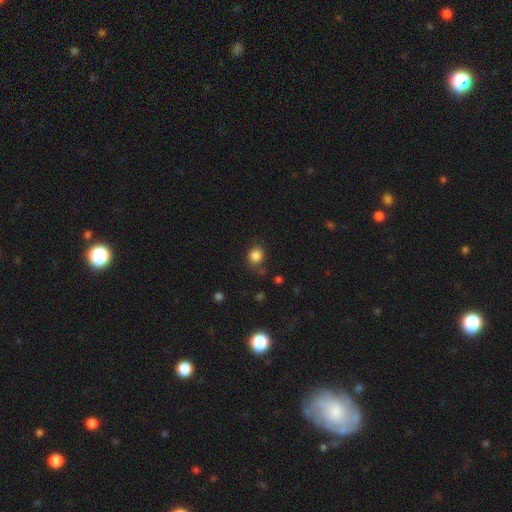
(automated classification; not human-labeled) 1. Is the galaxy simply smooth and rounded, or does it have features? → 84% smooth, 11% star or artifact, 4% featured or disk.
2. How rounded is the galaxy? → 74% round, 25% in between, 1% cigar-shaped.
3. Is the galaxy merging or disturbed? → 75% none, 16% minor disturbance, 5% major disturbance, 4% merger.